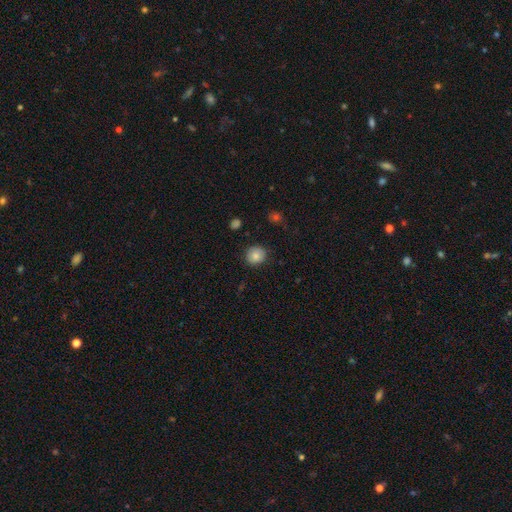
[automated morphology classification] type=smooth (83%); roundness=round (88%); merging=none (86%).